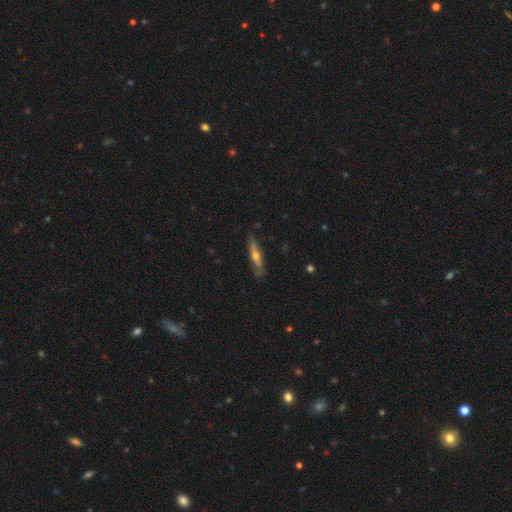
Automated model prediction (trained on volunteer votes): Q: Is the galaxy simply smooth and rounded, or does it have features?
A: featured or disk — 57%.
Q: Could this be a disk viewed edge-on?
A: yes — 85%.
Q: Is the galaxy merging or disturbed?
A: none — 78%.